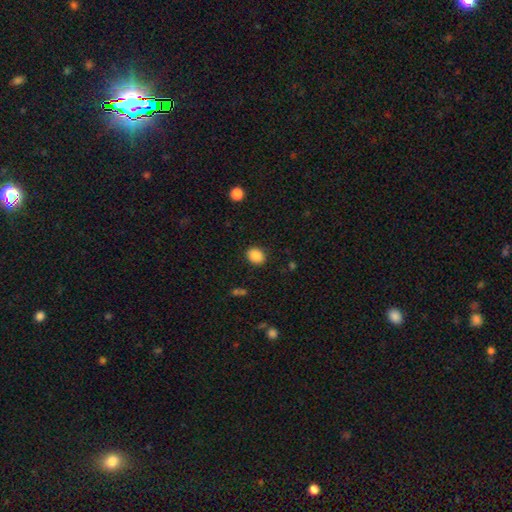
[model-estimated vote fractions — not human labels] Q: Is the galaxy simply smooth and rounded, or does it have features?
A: smooth — 88%.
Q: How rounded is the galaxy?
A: round — 53%.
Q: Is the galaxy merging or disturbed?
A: none — 87%.